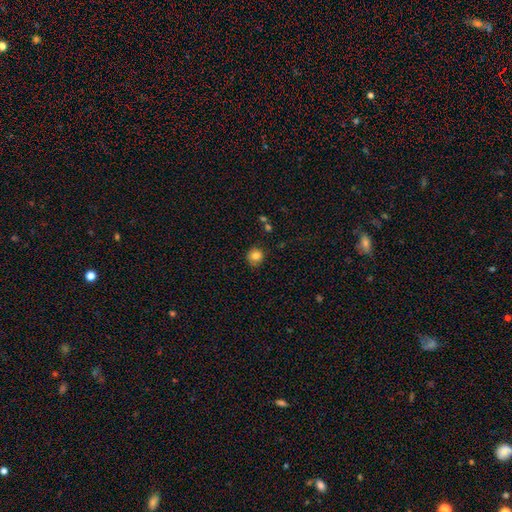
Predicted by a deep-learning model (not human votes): A smooth galaxy with no disk features (82%) that is round (89%).

Vote fractions:
- Smooth or featured? smooth: 82% / star or artifact: 11% / featured or disk: 7%
- How rounded? round: 89% / in between: 10% / cigar-shaped: 1%
- Merging? none: 82% / minor disturbance: 13% / major disturbance: 3% / merger: 2%